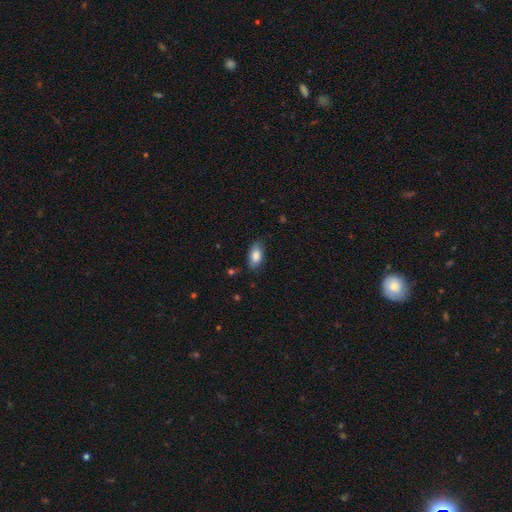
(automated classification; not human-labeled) Smooth or featured? smooth (83%)
How rounded? in between (91%)
Merging? none (78%)